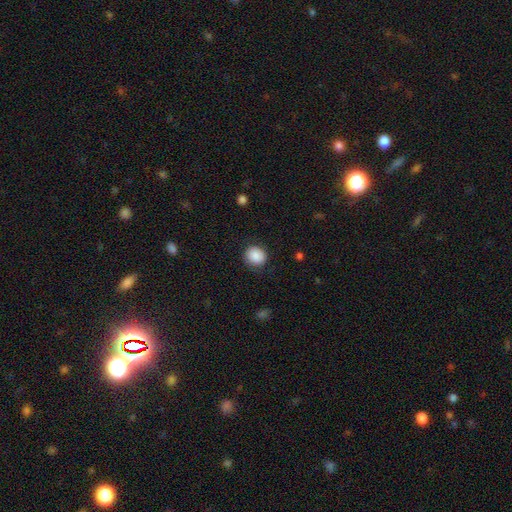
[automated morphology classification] The model was most divided on "how rounded": round: 82%, in between: 17%, cigar-shaped: 1%. More confident: smooth or featured — smooth (89%); merging — none (85%).